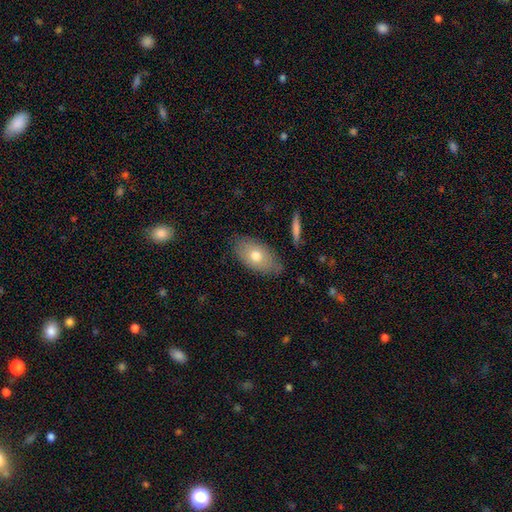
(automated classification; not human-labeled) A smooth galaxy with no disk features (69%) that is in between round and cigar-shaped (92%). Merging: none (81%).